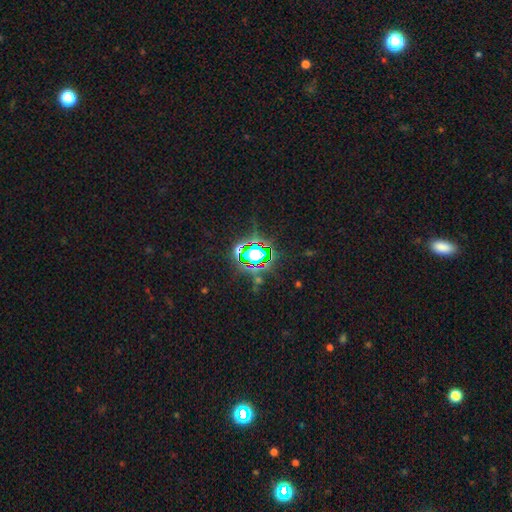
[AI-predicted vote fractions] The model was most divided on "smooth or featured": star or artifact: 77%, smooth: 13%, featured or disk: 10%.